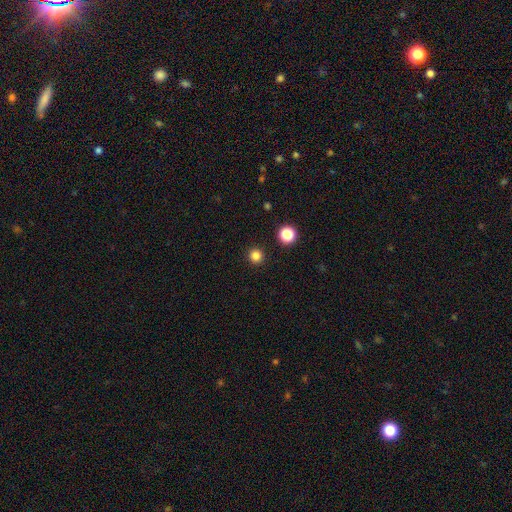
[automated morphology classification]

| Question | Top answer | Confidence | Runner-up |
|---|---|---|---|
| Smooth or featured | smooth | 83% | star or artifact (14%) |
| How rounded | round | 96% | in between (3%) |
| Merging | none | 93% | minor disturbance (4%) |